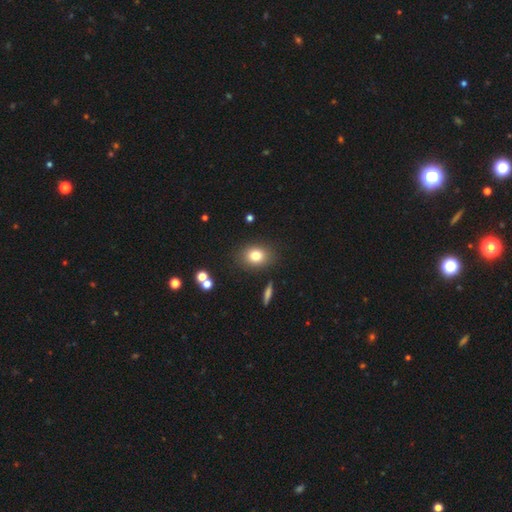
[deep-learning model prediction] Smooth or featured?
  - smooth: 78% *
  - star or artifact: 12%
  - featured or disk: 10%
How rounded?
  - round: 51% *
  - in between: 48%
  - cigar-shaped: 1%
Merging?
  - none: 85% *
  - minor disturbance: 9%
  - major disturbance: 3%
  - merger: 3%